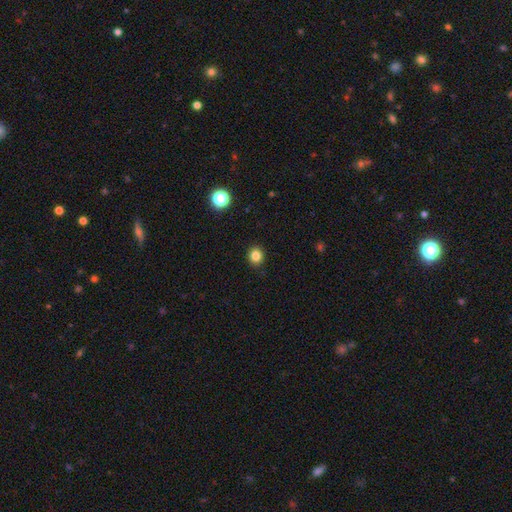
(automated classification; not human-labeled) smooth-or-featured: smooth: 83% | star or artifact: 12% | featured or disk: 5%
  how-rounded: round: 81% | in between: 18% | cigar-shaped: 1%
  merging: none: 91% | minor disturbance: 6% | major disturbance: 2% | merger: 1%